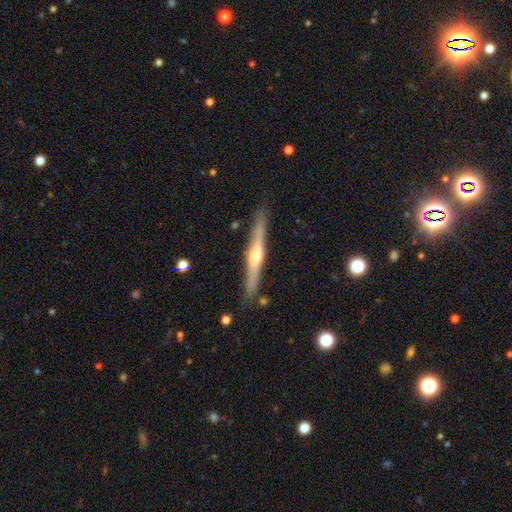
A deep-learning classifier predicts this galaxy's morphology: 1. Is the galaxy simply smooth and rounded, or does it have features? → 70% featured or disk, 24% smooth, 6% star or artifact.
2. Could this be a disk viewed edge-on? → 97% yes, 3% no.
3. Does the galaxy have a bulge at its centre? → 84% rounded, 11% none, 5% boxy.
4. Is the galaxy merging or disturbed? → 87% none, 9% minor disturbance, 2% merger, 2% major disturbance.